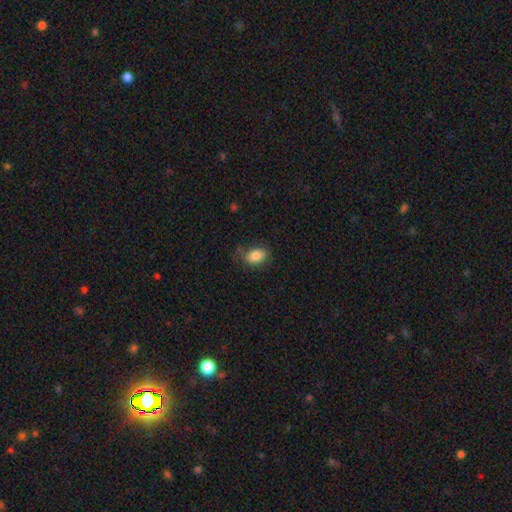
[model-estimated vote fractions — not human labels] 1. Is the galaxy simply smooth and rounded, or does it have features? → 84% smooth, 8% star or artifact, 8% featured or disk.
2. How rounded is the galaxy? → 83% in between, 16% round, 1% cigar-shaped.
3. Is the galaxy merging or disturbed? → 72% none, 20% minor disturbance, 6% major disturbance, 2% merger.